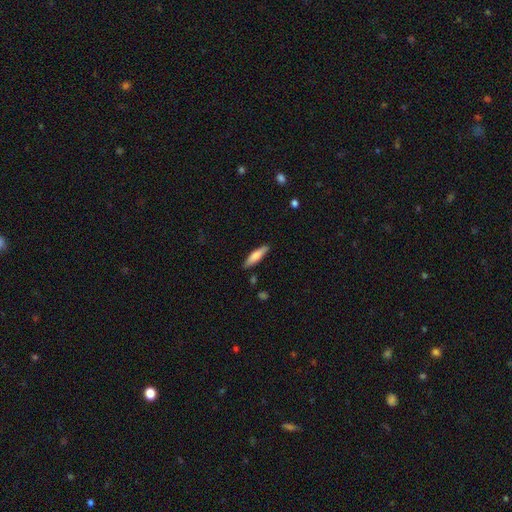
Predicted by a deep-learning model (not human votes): This is likely a smooth galaxy (72%). How rounded: likely cigar-shaped (72%). Merging: clearly none (86%).